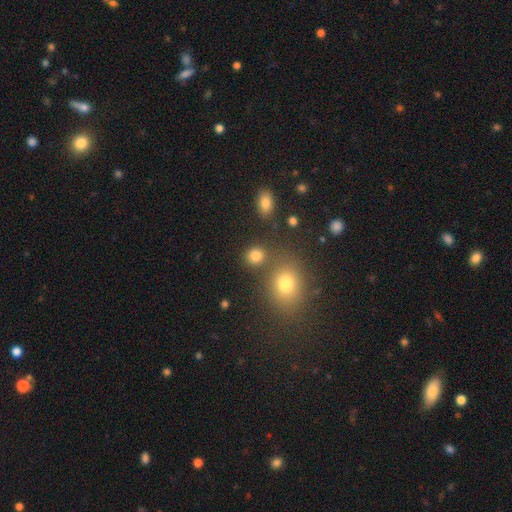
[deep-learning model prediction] Smooth or featured? smooth (81%)
How rounded? round (75%)
Merging? none (75%)